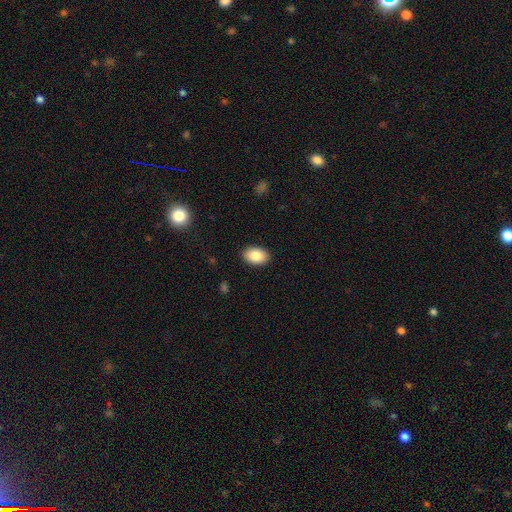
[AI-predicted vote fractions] Smooth or featured? smooth (86%)
How rounded? in between (88%)
Merging? none (90%)